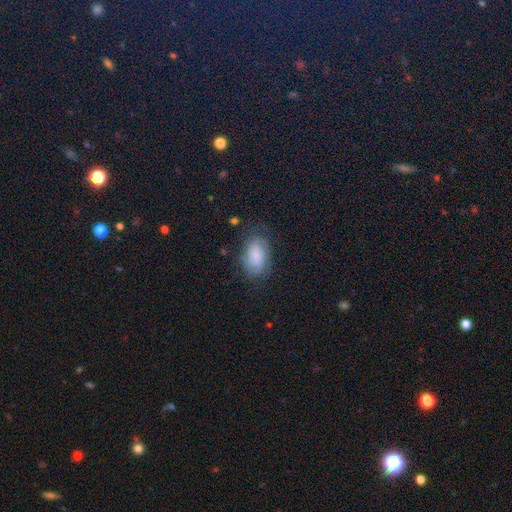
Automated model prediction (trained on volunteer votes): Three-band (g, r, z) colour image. It shows a smooth galaxy with no disk features (62%) that is in between round and cigar-shaped (90%). Merging: none (66%).